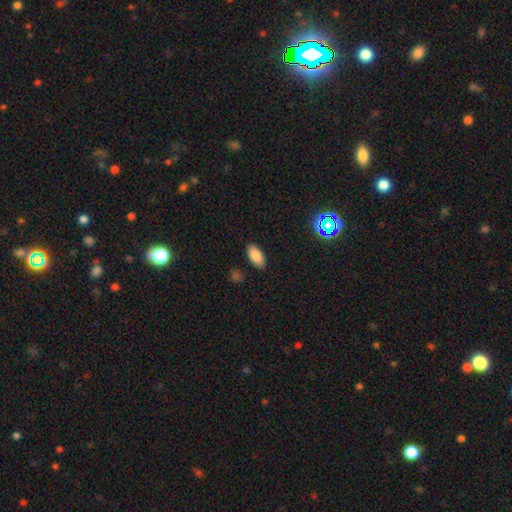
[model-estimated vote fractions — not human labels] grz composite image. It shows a smooth galaxy with no disk features (85%) that is in between round and cigar-shaped (91%). Merging: none (86%).